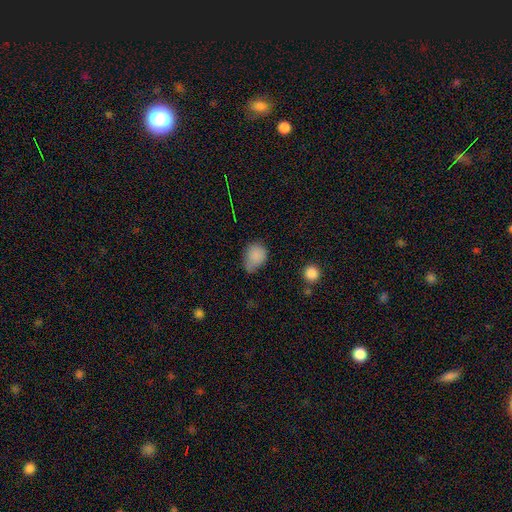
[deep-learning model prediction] Smooth or featured? Predicted: smooth (p=0.83). How rounded? Predicted: in between (p=0.56). Merging? Predicted: none (p=0.43, tied with minor disturbance).